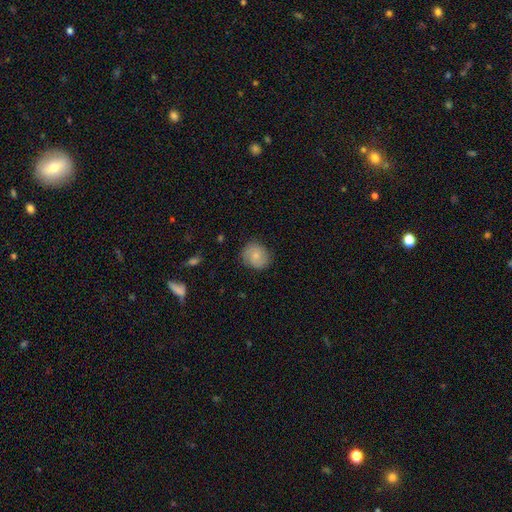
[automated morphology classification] Smooth or featured? Predicted: smooth (p=0.57). How rounded? Predicted: round (p=0.73). Merging? Predicted: none (p=0.78).